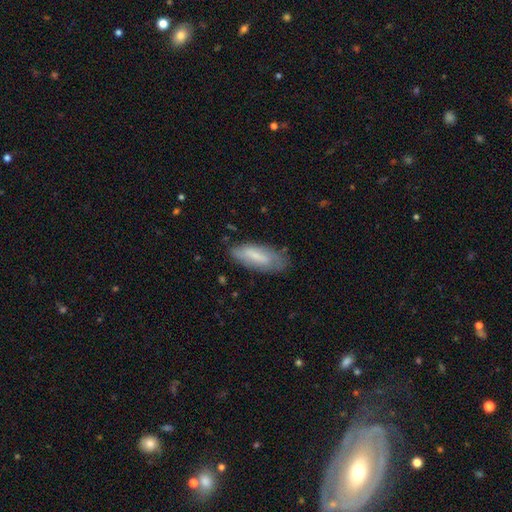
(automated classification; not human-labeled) Q: Smooth or featured?
A: smooth (61%); runner-up: featured or disk (32%)
Q: How rounded?
A: in between (72%); runner-up: cigar-shaped (26%)
Q: Merging?
A: none (69%); runner-up: minor disturbance (22%)